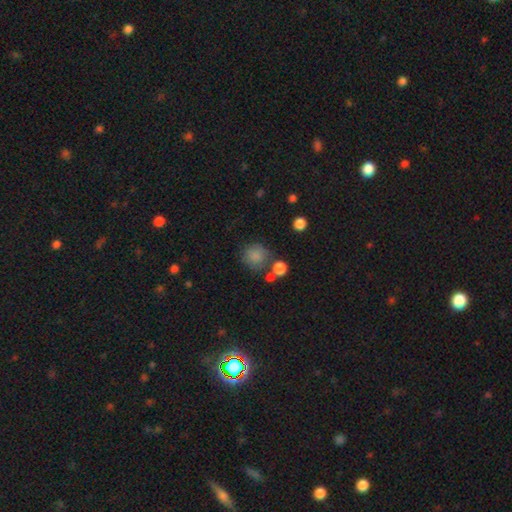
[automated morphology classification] type=smooth (83%); roundness=round (88%); merging=none (66%).